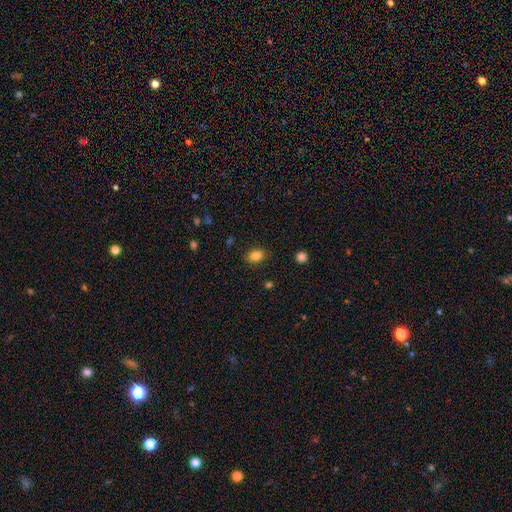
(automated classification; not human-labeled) Morphology: type=smooth (84%); roundness=in between (76%); merging=none (86%).